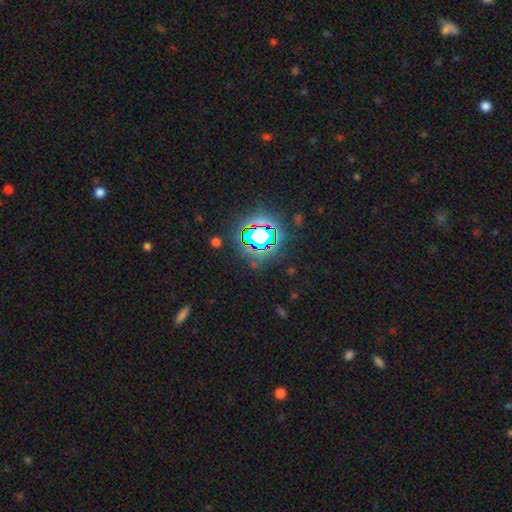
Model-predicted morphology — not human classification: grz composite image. It shows a star or artifact, not a galaxy (77%).